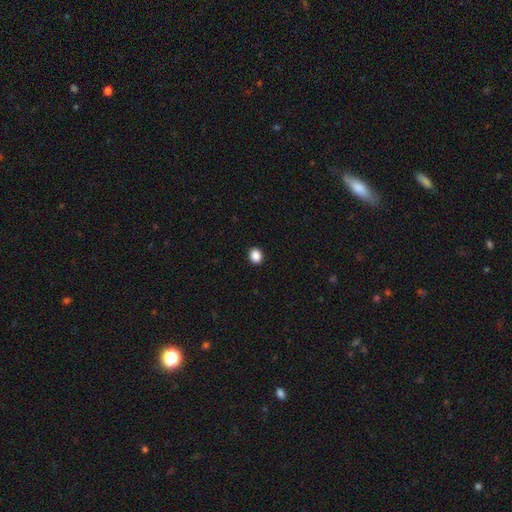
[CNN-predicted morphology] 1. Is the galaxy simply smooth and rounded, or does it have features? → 88% smooth, 10% star or artifact, 2% featured or disk.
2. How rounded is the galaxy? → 74% round, 25% in between, 1% cigar-shaped.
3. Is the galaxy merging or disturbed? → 93% none, 5% minor disturbance, 2% major disturbance, 1% merger.